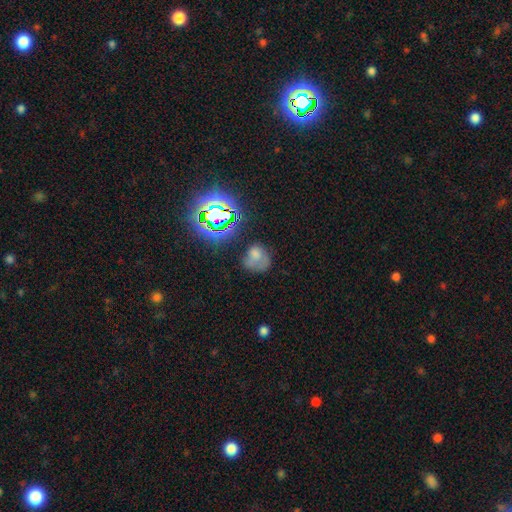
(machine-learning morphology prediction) type=smooth (60%); roundness=round (62%); merging=none (39%).